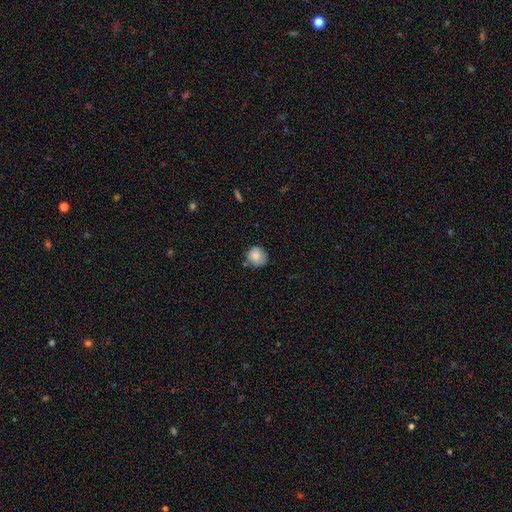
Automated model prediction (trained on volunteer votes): smooth-or-featured: smooth: 84% | featured or disk: 8% | star or artifact: 8%
  how-rounded: round: 87% | in between: 12% | cigar-shaped: 1%
  merging: none: 71% | minor disturbance: 21% | merger: 4% | major disturbance: 4%